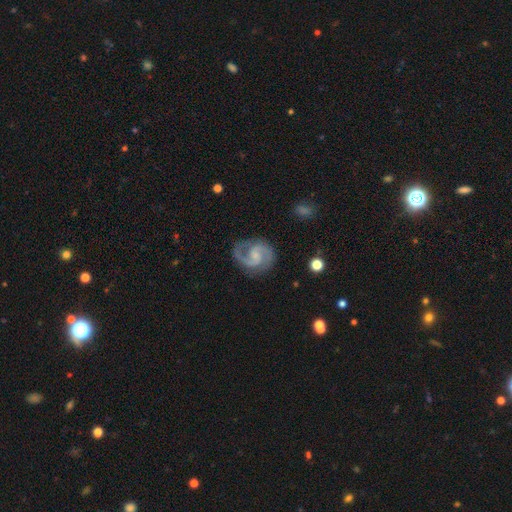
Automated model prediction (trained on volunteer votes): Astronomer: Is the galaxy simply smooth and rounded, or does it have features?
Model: featured or disk — 91%.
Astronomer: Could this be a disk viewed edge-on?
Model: no — 98%.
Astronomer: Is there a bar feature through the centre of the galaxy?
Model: weak — 45%, tied with no at 45%.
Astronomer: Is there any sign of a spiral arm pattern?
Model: yes — 98%.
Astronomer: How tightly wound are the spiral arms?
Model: medium — 62%.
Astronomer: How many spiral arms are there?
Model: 2 — 93%.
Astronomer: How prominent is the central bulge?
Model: small — 49% (runner-up: none, 26%).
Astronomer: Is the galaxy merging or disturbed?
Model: none — 80%.